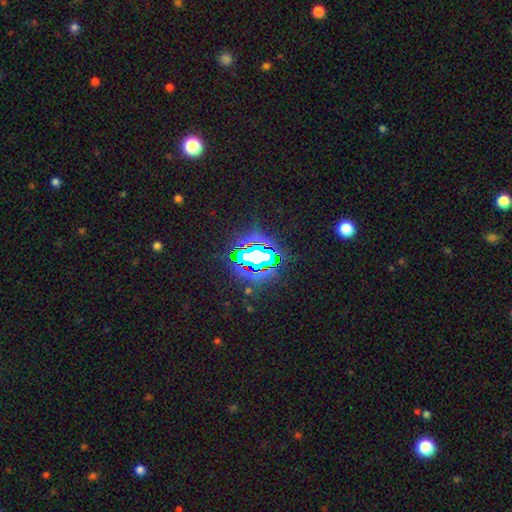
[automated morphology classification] smooth_or_featured: star or artifact (p=0.72) [alt: smooth p=0.15]